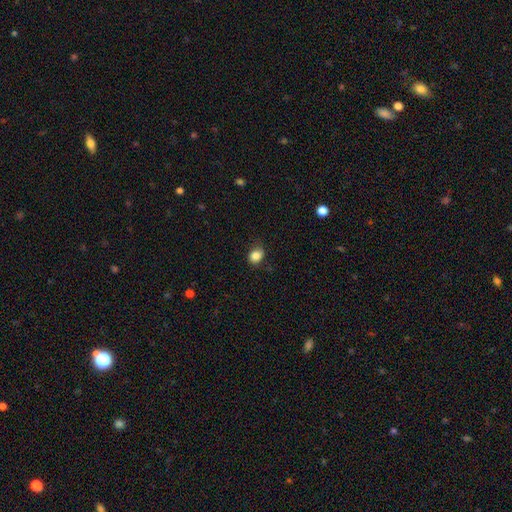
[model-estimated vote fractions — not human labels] A smooth galaxy with no disk features (86%) that is in between round and cigar-shaped (50%).

Vote fractions:
- Smooth or featured? smooth: 86% / star or artifact: 10% / featured or disk: 5%
- How rounded? in between: 50% / round: 49% / cigar-shaped: 1%
- Merging? none: 72% / minor disturbance: 22% / major disturbance: 5% / merger: 1%